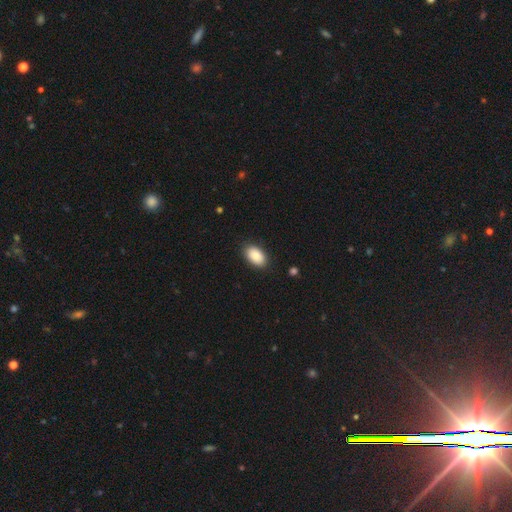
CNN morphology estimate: Q: Smooth or featured?
A: smooth (86%); runner-up: star or artifact (7%)
Q: How rounded?
A: in between (93%); runner-up: round (6%)
Q: Merging?
A: none (87%); runner-up: minor disturbance (9%)